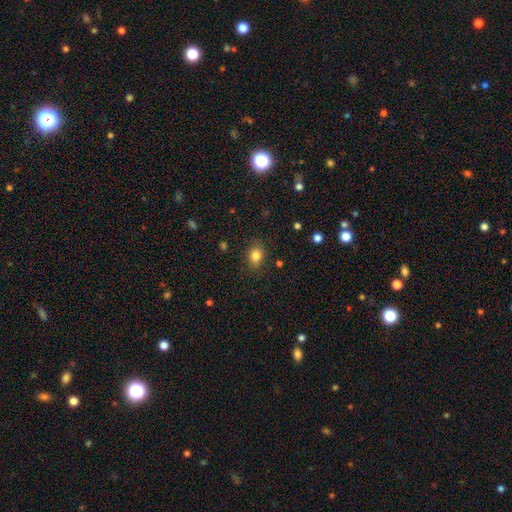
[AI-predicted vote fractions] smooth-or-featured: smooth: 83% | star or artifact: 11% | featured or disk: 7%
  how-rounded: in between: 57% | round: 42% | cigar-shaped: 1%
  merging: none: 86% | minor disturbance: 10% | major disturbance: 3% | merger: 1%